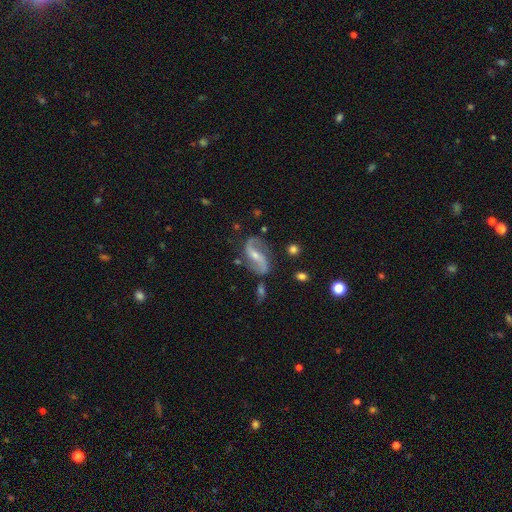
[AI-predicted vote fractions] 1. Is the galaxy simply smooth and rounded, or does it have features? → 88% featured or disk, 7% smooth, 5% star or artifact.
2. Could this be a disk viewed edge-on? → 96% no, 4% yes.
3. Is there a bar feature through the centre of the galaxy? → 36% weak, 35% strong, 29% no.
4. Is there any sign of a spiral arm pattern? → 96% yes, 4% no.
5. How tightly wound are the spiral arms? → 70% loose, 23% medium, 7% tight.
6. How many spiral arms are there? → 93% 2, 2% 1, 2% can't tell, 1% 3, 1% 4, 1% more than 4.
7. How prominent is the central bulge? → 55% small, 38% moderate, 4% none, 2% large, 1% dominant.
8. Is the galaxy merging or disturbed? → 75% none, 15% minor disturbance, 6% major disturbance, 4% merger.